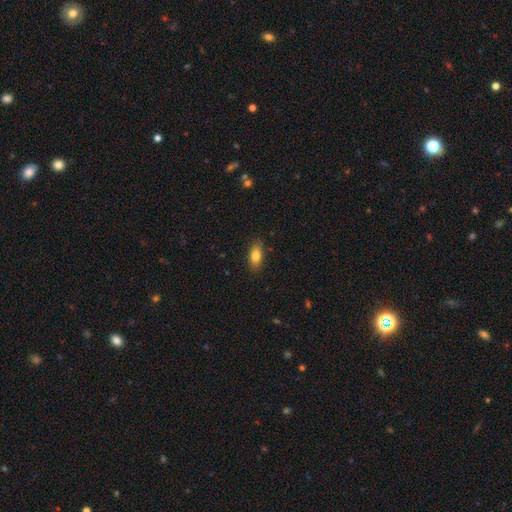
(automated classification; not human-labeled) Smooth or featured? smooth (82%)
How rounded? in between (86%)
Merging? none (86%)